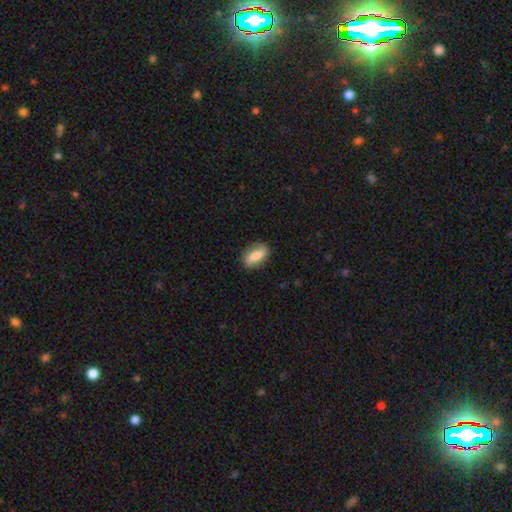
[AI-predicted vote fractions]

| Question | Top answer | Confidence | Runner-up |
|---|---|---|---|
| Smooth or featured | smooth | 71% | featured or disk (22%) |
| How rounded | in between | 85% | cigar-shaped (8%) |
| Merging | none | 82% | minor disturbance (14%) |